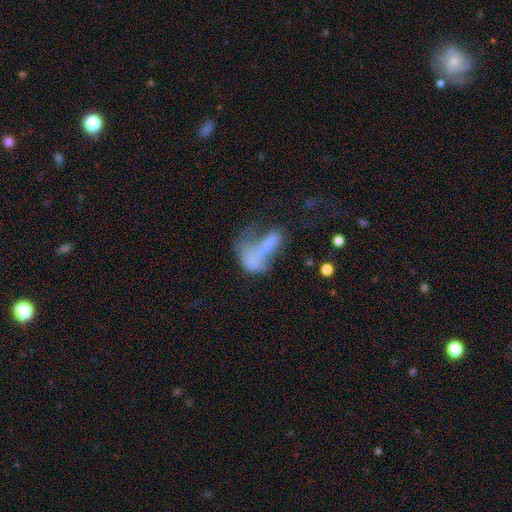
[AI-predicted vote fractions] smooth 55%, featured or disk 32%, star or artifact 13%. Down the decision tree: how rounded — in between (80%); merging — merger (43%).